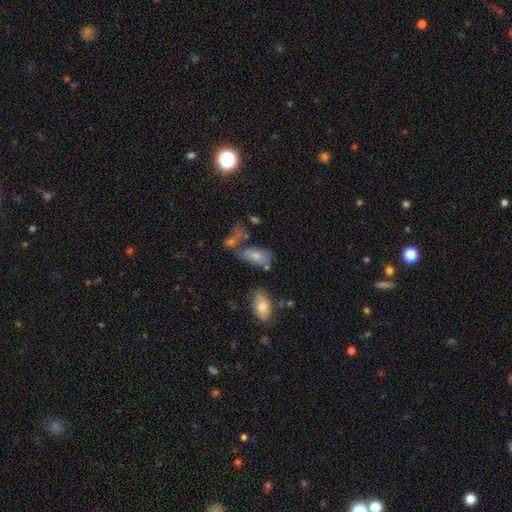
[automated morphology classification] A smooth galaxy with no disk features (67%) that is in between round and cigar-shaped (92%). Merging: none (39%).